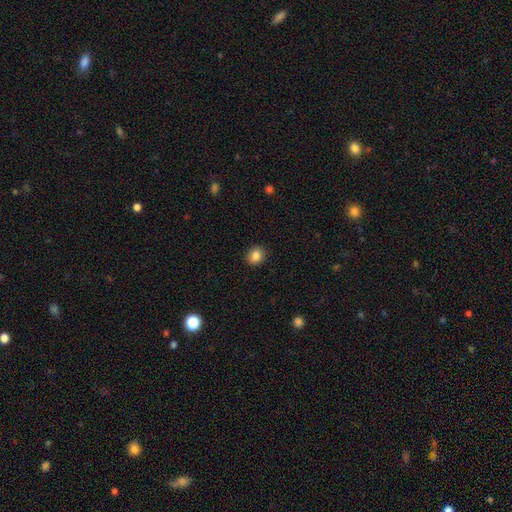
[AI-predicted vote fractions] smooth-or-featured: smooth: 85% | star or artifact: 9% | featured or disk: 5%
  how-rounded: round: 70% | in between: 29% | cigar-shaped: 1%
  merging: none: 89% | minor disturbance: 8% | major disturbance: 2% | merger: 1%